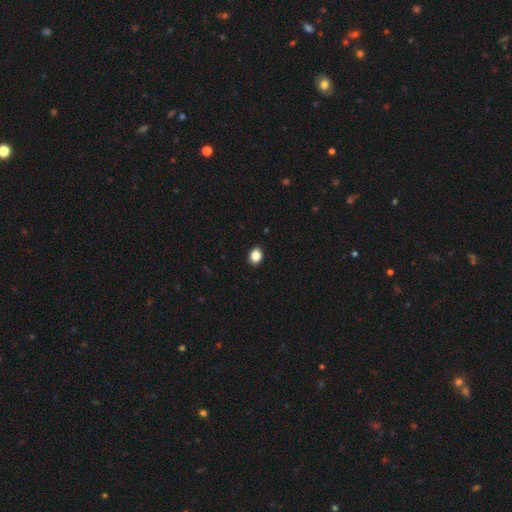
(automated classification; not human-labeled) The model was most divided on "how rounded": in between: 56%, round: 43%, cigar-shaped: 1%. More confident: merging — none (91%); smooth or featured — smooth (87%).